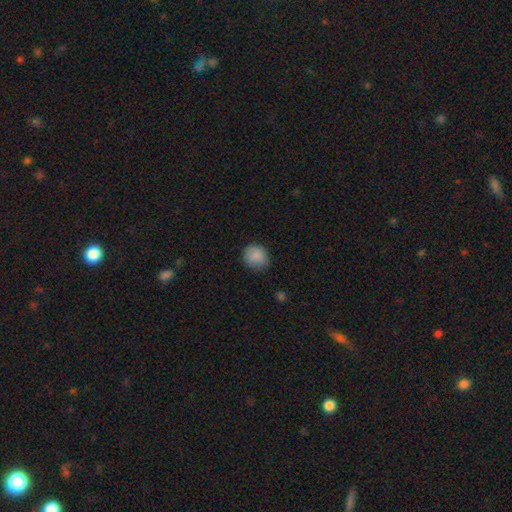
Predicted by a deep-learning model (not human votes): A smooth galaxy with no disk features (86%) that is round (81%).

Vote fractions:
- Smooth or featured? smooth: 86% / star or artifact: 8% / featured or disk: 5%
- How rounded? round: 81% / in between: 18% / cigar-shaped: 1%
- Merging? none: 76% / minor disturbance: 19% / major disturbance: 4% / merger: 1%